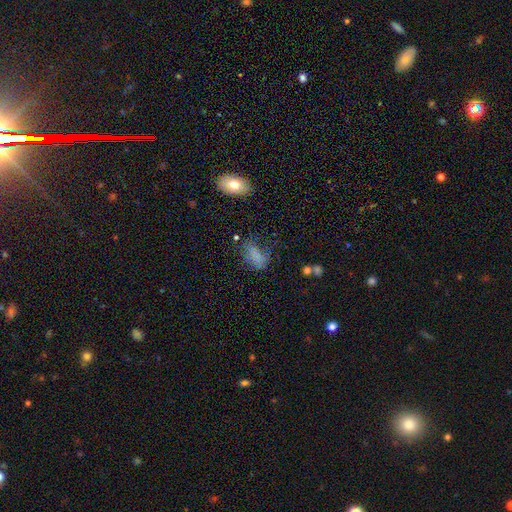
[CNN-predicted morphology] The model was most divided on "merging": none: 43%, minor disturbance: 27%, major disturbance: 25%, merger: 5%. More confident: how rounded — in between (83%); smooth or featured — smooth (67%).